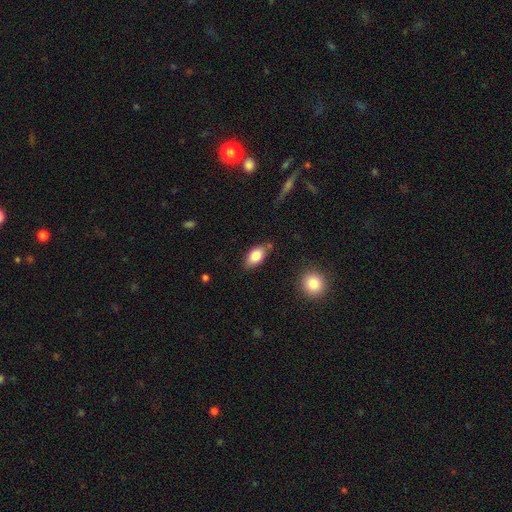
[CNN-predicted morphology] Smooth or featured?
  - smooth: 83% *
  - featured or disk: 10%
  - star or artifact: 7%
How rounded?
  - in between: 91% *
  - round: 6%
  - cigar-shaped: 4%
Merging?
  - none: 76% *
  - minor disturbance: 16%
  - merger: 4%
  - major disturbance: 3%